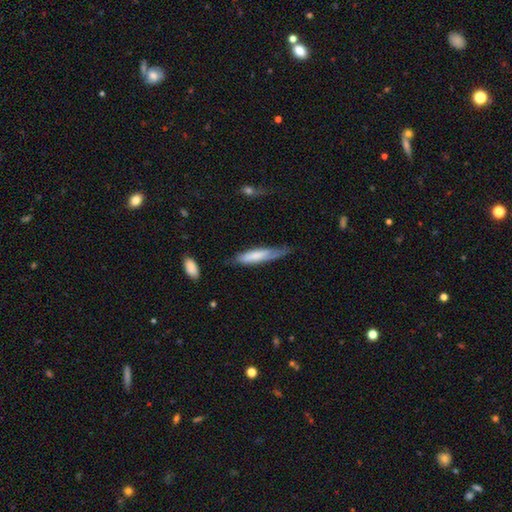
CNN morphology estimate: Smooth or featured?
  - smooth: 68% *
  - featured or disk: 27%
  - star or artifact: 6%
How rounded?
  - cigar-shaped: 79% *
  - in between: 19%
  - round: 1%
Merging?
  - none: 50% *
  - minor disturbance: 34%
  - major disturbance: 13%
  - merger: 3%